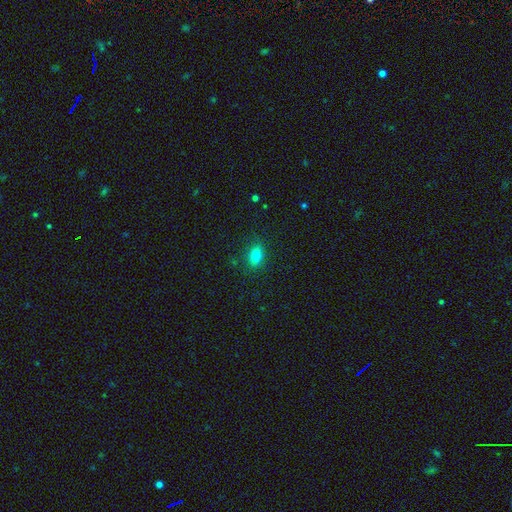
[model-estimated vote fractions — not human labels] Smooth or featured? Predicted: smooth (p=0.79). How rounded? Predicted: in between (p=0.81). Merging? Predicted: none (p=0.86).